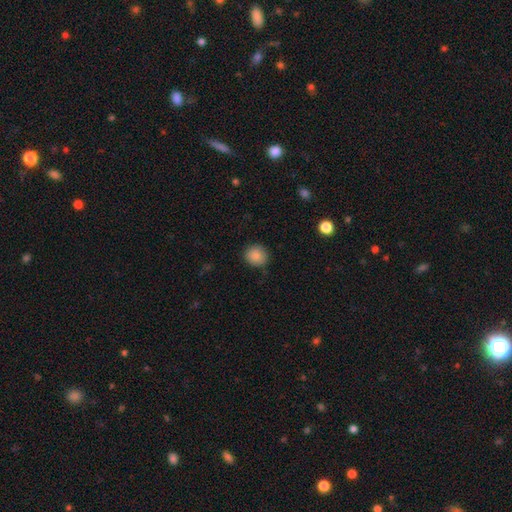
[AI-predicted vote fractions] This is clearly a smooth galaxy (88%). How rounded: clearly round (88%). Merging: clearly none (88%).